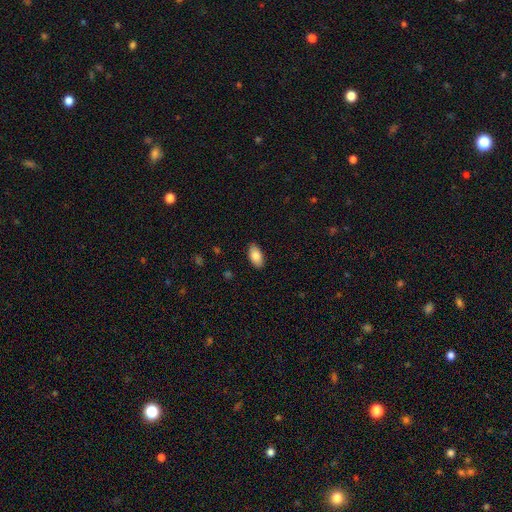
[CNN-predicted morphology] Smooth or featured: smooth — 86% (featured or disk — 8%)
How rounded: in between — 93% (cigar-shaped — 4%)
Merging: none — 88% (minor disturbance — 9%)